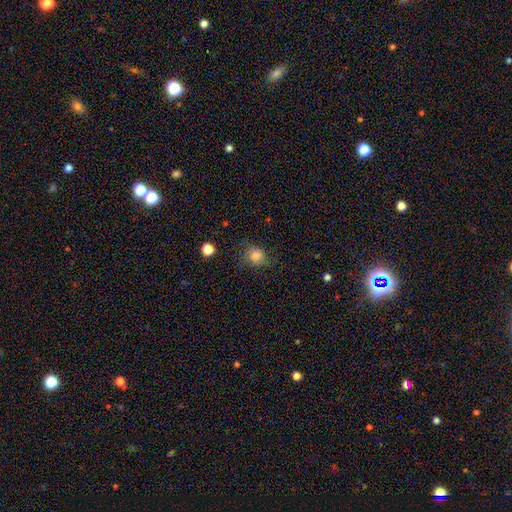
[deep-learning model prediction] Smooth or featured? smooth (75%)
How rounded? round (74%)
Merging? none (65%)